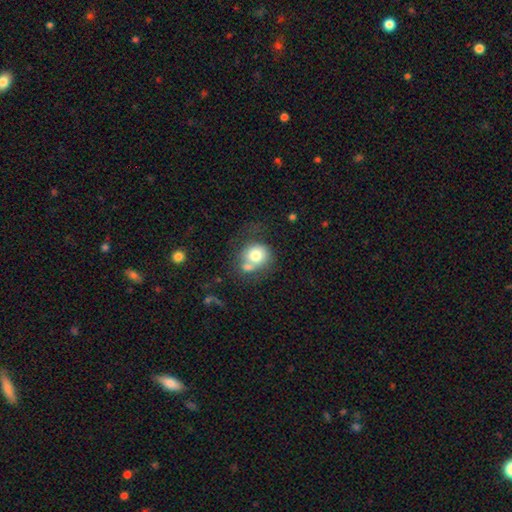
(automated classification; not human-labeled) Q: Smooth or featured?
A: smooth (73%); runner-up: featured or disk (18%)
Q: How rounded?
A: round (76%); runner-up: in between (23%)
Q: Merging?
A: none (38%); runner-up: merger (36%)